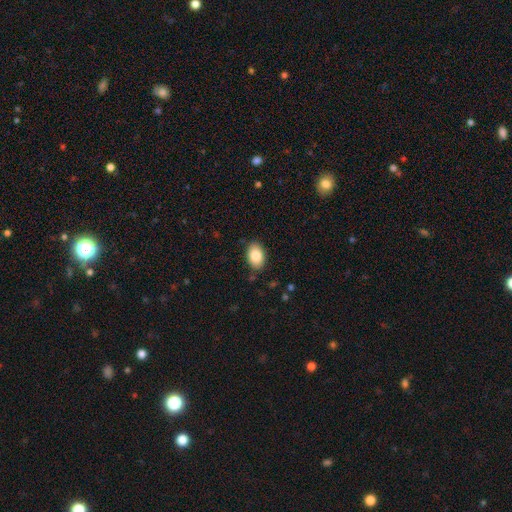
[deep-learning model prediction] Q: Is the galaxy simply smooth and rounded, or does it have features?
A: smooth — 84%.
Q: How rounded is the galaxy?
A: in between — 87%.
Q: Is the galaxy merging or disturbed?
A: none — 87%.